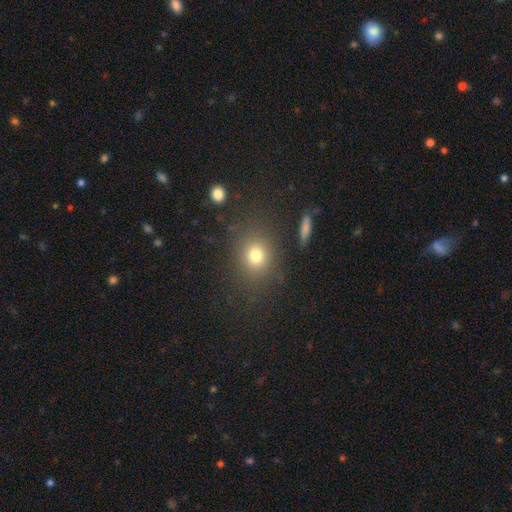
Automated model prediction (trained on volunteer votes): Smooth or featured: smooth — 77% (star or artifact — 14%)
How rounded: round — 64% (in between — 35%)
Merging: none — 82% (minor disturbance — 10%)